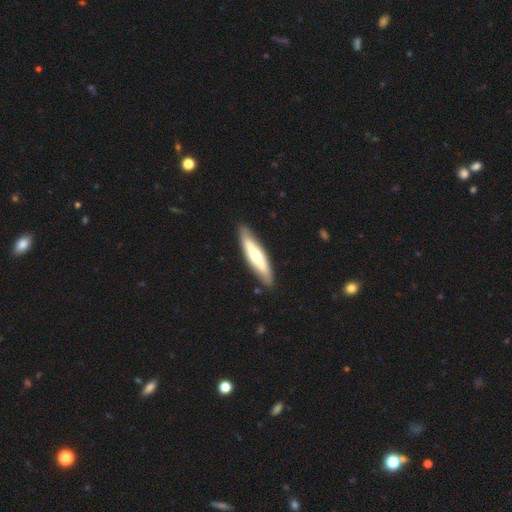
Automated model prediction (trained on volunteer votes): Smooth or featured?
  - smooth: 50% *
  - featured or disk: 46%
  - star or artifact: 4%
Merging?
  - none: 87% *
  - minor disturbance: 10%
  - major disturbance: 2%
  - merger: 2%